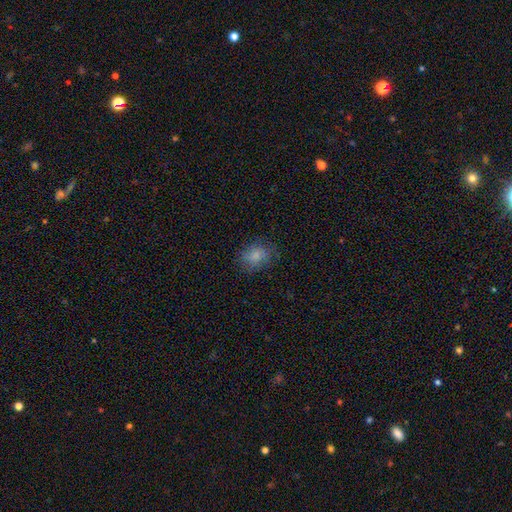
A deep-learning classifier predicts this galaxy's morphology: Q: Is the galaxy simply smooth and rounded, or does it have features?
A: smooth — 76%.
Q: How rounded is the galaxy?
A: in between — 53%.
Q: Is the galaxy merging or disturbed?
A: none — 73%.